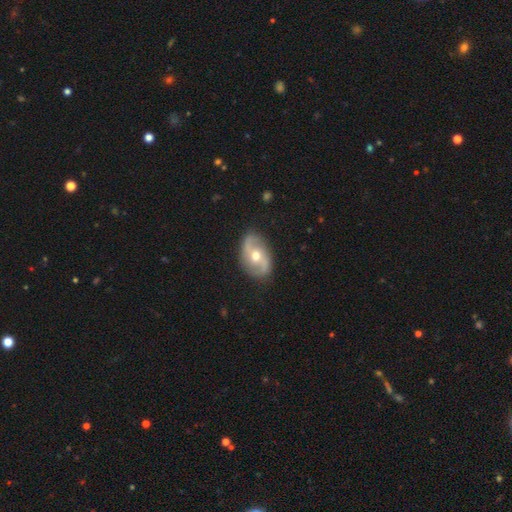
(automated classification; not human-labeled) Overall: featured or disk (78%). Edge-on disk: no (96%). Bar: no (48%; weak 36%). Spiral arms: yes (88%). Spiral arm count: 2 (92%). Spiral winding: loose (50%; medium 36%). Bulge size: moderate (75%). Merging: none (84%).